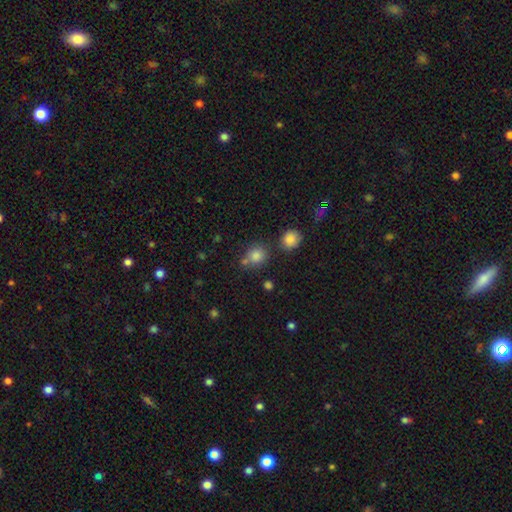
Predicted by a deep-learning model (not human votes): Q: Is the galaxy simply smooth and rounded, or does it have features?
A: smooth — 81%.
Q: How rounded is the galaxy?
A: round — 79%.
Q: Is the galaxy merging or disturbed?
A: none — 65%.